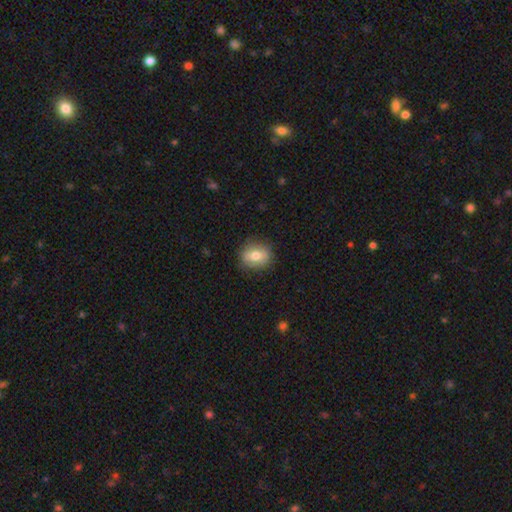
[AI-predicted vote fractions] Smooth or featured? smooth (74%)
How rounded? round (64%)
Merging? none (86%)